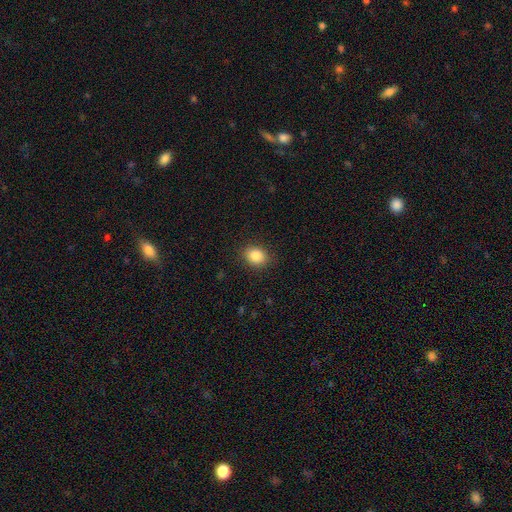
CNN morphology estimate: type=smooth (86%); roundness=round (50%); merging=none (88%).